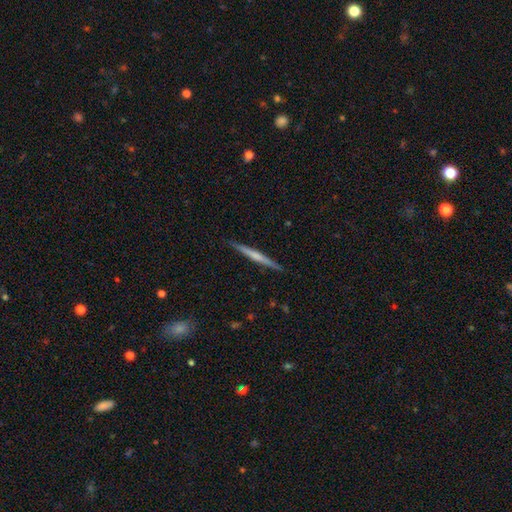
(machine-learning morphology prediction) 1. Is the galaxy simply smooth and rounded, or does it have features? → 55% featured or disk, 39% smooth, 6% star or artifact.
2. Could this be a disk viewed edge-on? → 98% yes, 2% no.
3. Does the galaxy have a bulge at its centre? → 57% none, 32% rounded, 11% boxy.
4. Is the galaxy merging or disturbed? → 91% none, 7% minor disturbance, 1% major disturbance, 1% merger.